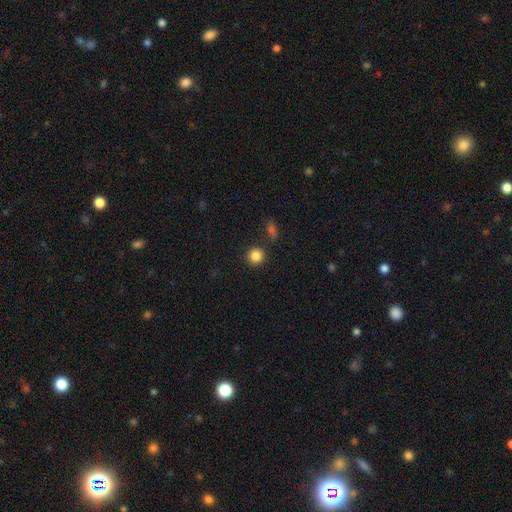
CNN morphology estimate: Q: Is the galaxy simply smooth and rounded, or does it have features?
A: smooth — 85%.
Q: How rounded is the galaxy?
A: round — 91%.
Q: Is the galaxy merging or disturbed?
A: none — 85%.